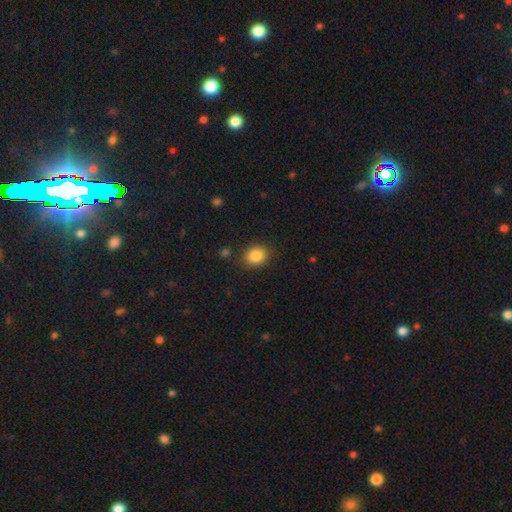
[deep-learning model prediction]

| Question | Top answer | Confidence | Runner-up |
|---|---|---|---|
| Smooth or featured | smooth | 85% | star or artifact (10%) |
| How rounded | round | 63% | in between (36%) |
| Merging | none | 86% | minor disturbance (10%) |